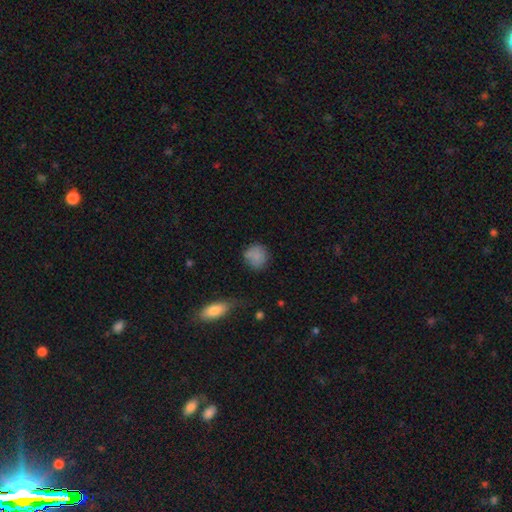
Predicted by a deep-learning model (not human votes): A smooth galaxy with no disk features (81%) that is round (83%). Merging: none (68%).